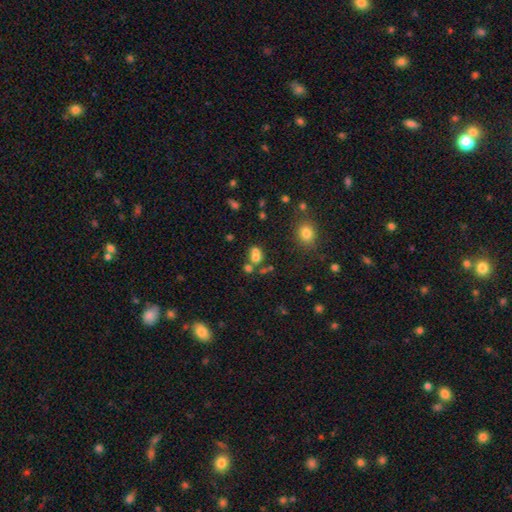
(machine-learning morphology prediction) Smooth or featured: smooth — 66% (star or artifact — 18%)
How rounded: round — 57% (in between — 42%)
Merging: merger — 50% (none — 35%)